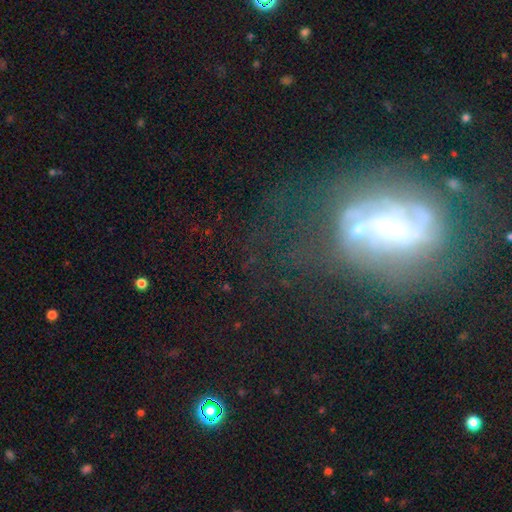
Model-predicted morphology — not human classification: A featured or disk galaxy (73%) with no bar (39%, tied with weak), 2 (57%) medium (40%) spiral arms (84%) and a small central bulge (63%).

Vote fractions:
- Smooth or featured? featured or disk: 73% / star or artifact: 15% / smooth: 12%
- Edge-on disk? no: 95% / yes: 5%
- Bar? no: 39% (tied) / weak: 39% (tied) / strong: 22%
- Spiral arms? yes: 84% / no: 16%
- Spiral winding? medium: 40% / tight: 38% / loose: 22%
- Spiral arm count? 2: 57% / can't tell: 22% / 3: 7% / 1: 5% / 4: 4% / more than 4: 4%
- Bulge size? small: 63% / moderate: 26% / none: 5% / large: 4% / dominant: 2%
- Merging? none: 52% / major disturbance: 21% / minor disturbance: 19% / merger: 8%